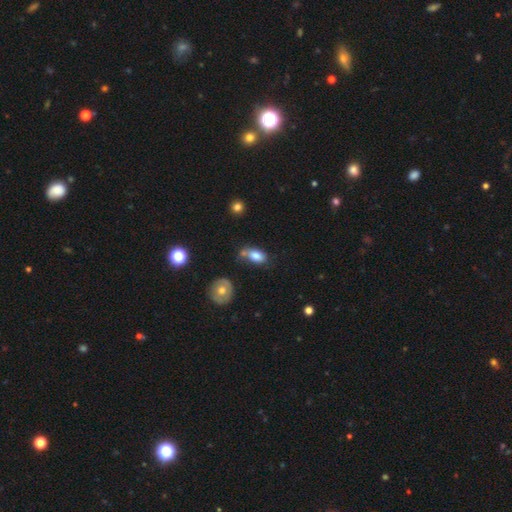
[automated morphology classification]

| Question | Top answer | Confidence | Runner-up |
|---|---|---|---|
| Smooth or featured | smooth | 78% | featured or disk (14%) |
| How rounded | in between | 89% | round (7%) |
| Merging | none | 48% | minor disturbance (23%) |